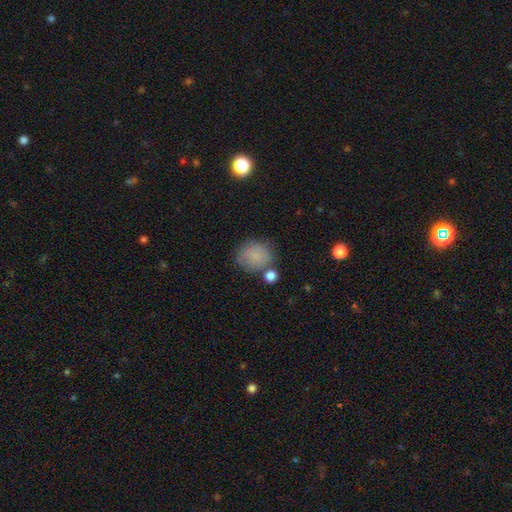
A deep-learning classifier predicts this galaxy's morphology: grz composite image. It shows a smooth galaxy with no disk features (80%) that is round (71%). Merging: none (67%).